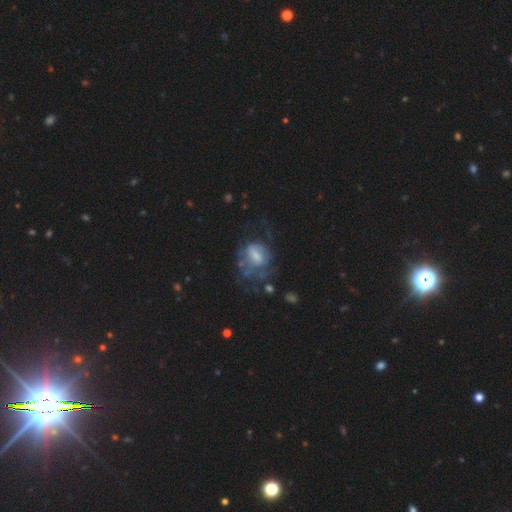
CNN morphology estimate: Overall: featured or disk (52%; smooth 38%). Edge-on disk: no (96%). Merging: major disturbance (36%, tied with none).